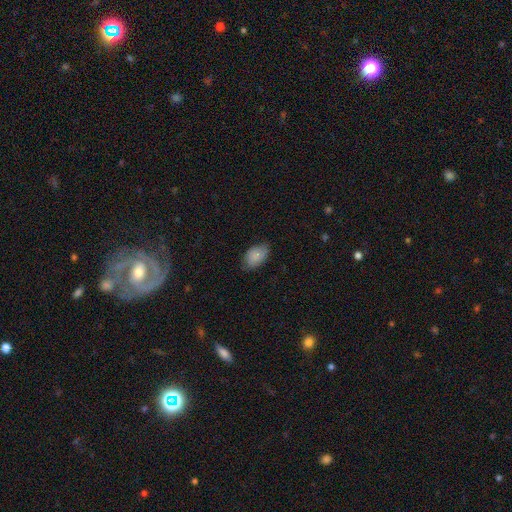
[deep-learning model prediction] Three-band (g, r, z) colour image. It shows a smooth galaxy with no disk features (86%) that is in between round and cigar-shaped (90%). Merging: none (72%).